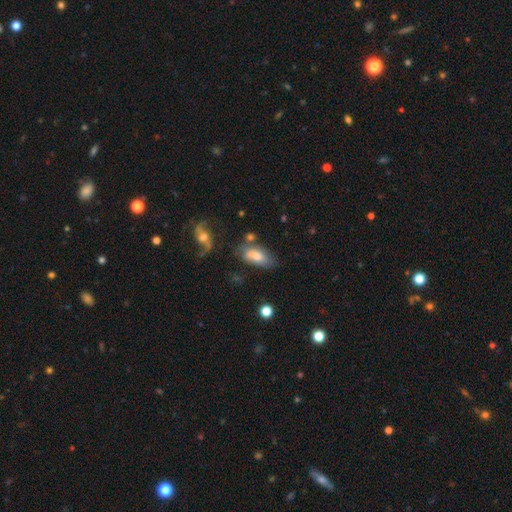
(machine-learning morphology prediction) Smooth or featured? Predicted: smooth (p=0.70). How rounded? Predicted: in between (p=0.87). Merging? Predicted: none (p=0.54).